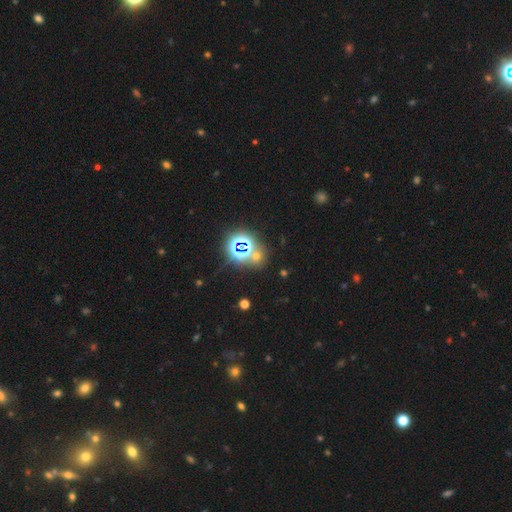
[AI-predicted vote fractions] smooth-or-featured: star or artifact: 63% | smooth: 29% | featured or disk: 8%